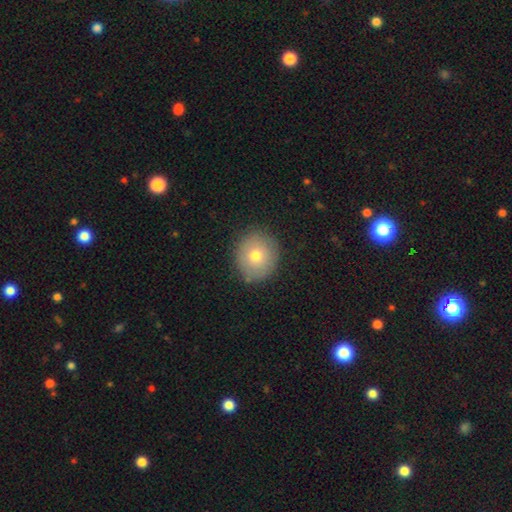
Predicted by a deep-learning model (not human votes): smooth_or_featured: smooth (p=0.72) [alt: featured or disk p=0.18]
how_rounded: round (p=0.88) [alt: in between p=0.11]
merging: none (p=0.87) [alt: minor disturbance p=0.09]